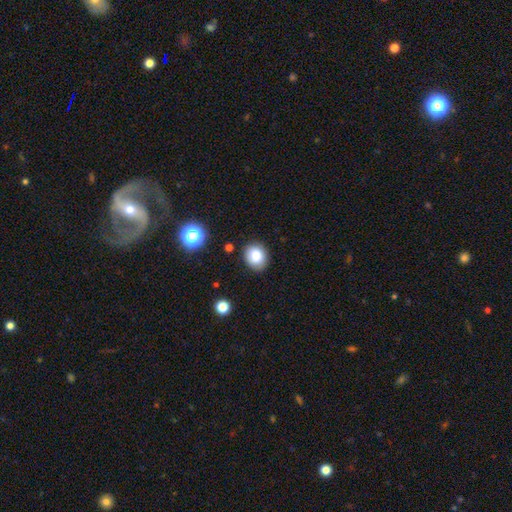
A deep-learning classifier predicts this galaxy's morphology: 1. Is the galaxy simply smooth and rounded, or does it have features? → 81% smooth, 11% star or artifact, 8% featured or disk.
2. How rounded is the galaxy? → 63% round, 36% in between, 1% cigar-shaped.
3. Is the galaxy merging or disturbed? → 85% none, 11% minor disturbance, 2% major disturbance, 2% merger.